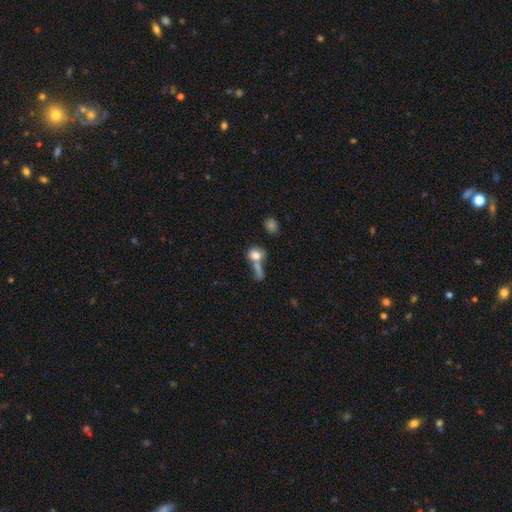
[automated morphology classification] A smooth galaxy with no disk features (77%) that is round (54%).

Vote fractions:
- Smooth or featured? smooth: 77% / featured or disk: 13% / star or artifact: 10%
- How rounded? round: 54% / in between: 42% / cigar-shaped: 4%
- Merging? merger: 49% / none: 32% / minor disturbance: 10% / major disturbance: 9%